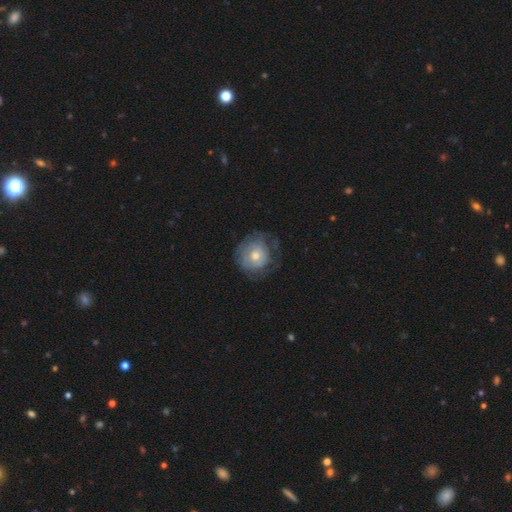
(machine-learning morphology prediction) smooth_or_featured: featured or disk (p=0.49) [alt: smooth p=0.43]
merging: none (p=0.59) [alt: minor disturbance p=0.23]